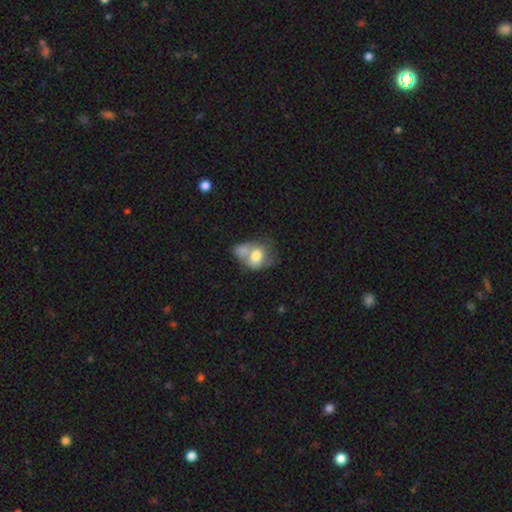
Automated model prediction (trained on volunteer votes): This appears to be a smooth galaxy with no disk features (67%) that is in between round and cigar-shaped (60%). Merging: merger (59%).